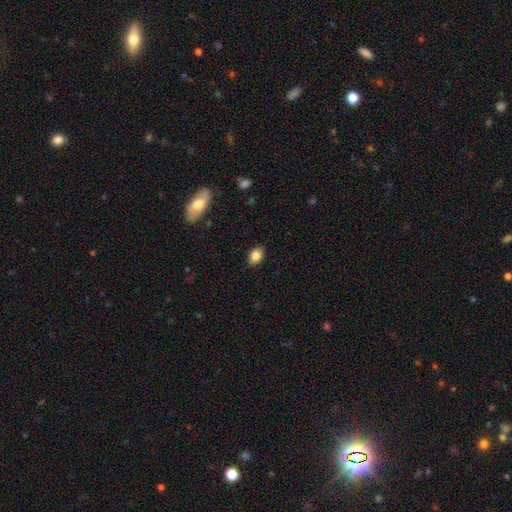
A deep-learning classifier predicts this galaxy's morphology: A smooth galaxy with no disk features (84%) that is in between round and cigar-shaped (79%).

Vote fractions:
- Smooth or featured? smooth: 84% / star or artifact: 9% / featured or disk: 7%
- How rounded? in between: 79% / round: 20% / cigar-shaped: 1%
- Merging? none: 88% / minor disturbance: 9% / major disturbance: 2% / merger: 1%